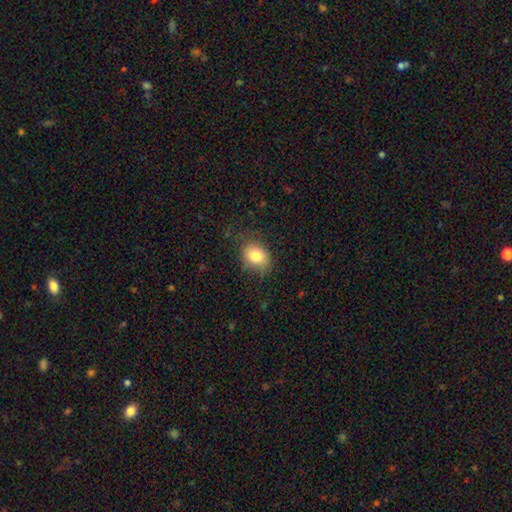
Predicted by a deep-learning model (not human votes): Smooth or featured?
  - smooth: 81% *
  - star or artifact: 10%
  - featured or disk: 9%
How rounded?
  - in between: 56% *
  - round: 43%
  - cigar-shaped: 1%
Merging?
  - none: 75% *
  - minor disturbance: 19%
  - major disturbance: 6%
  - merger: 1%